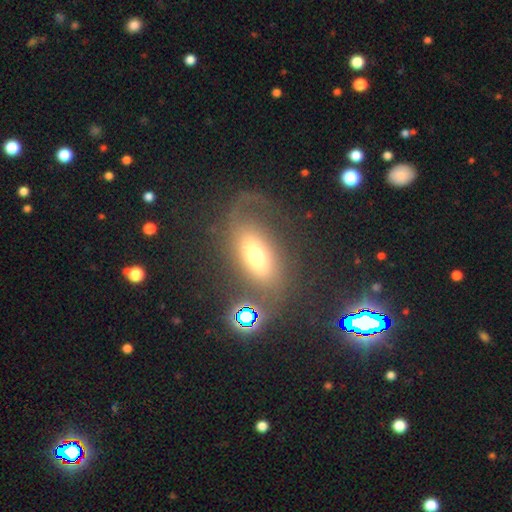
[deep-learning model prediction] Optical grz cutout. It shows a featured or disk galaxy (44%). Merging: none (51%).